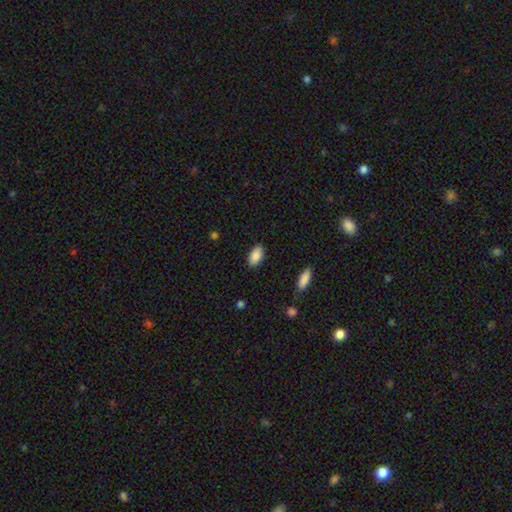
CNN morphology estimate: The model was most divided on "merging": none: 87%, minor disturbance: 9%, major disturbance: 2%, merger: 1%. More confident: how rounded — in between (94%); smooth or featured — smooth (89%).